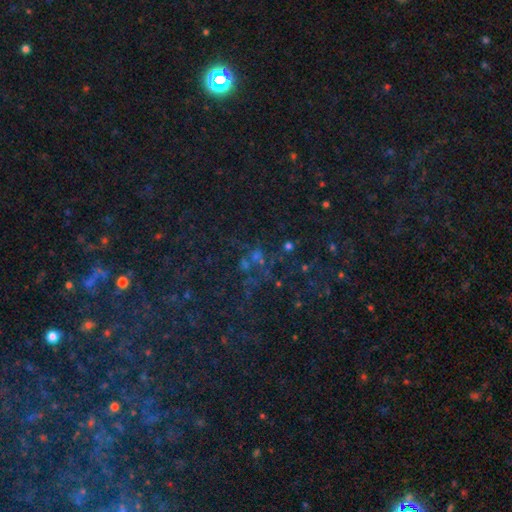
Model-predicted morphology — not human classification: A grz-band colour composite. It shows a star or artifact, not a galaxy (64%).